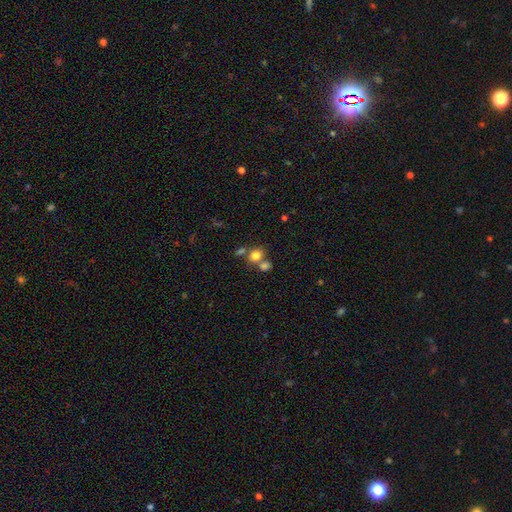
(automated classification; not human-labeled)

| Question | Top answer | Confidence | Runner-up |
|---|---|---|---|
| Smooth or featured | smooth | 78% | star or artifact (12%) |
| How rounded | round | 59% | in between (40%) |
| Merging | none | 48% | merger (37%) |